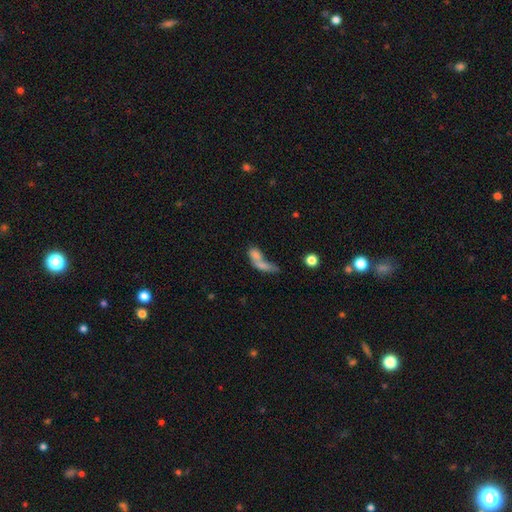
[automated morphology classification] This appears to be a smooth galaxy with no disk features (67%) that is in between round and cigar-shaped (65%). Merging: merger (63%).